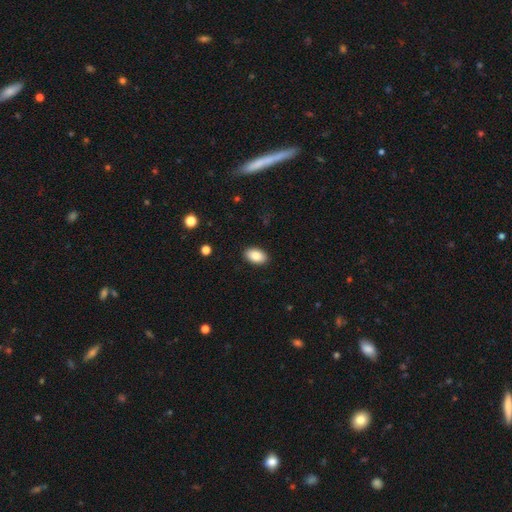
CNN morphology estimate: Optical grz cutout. It shows a smooth galaxy with no disk features (85%) that is in between round and cigar-shaped (93%). Merging: none (90%).